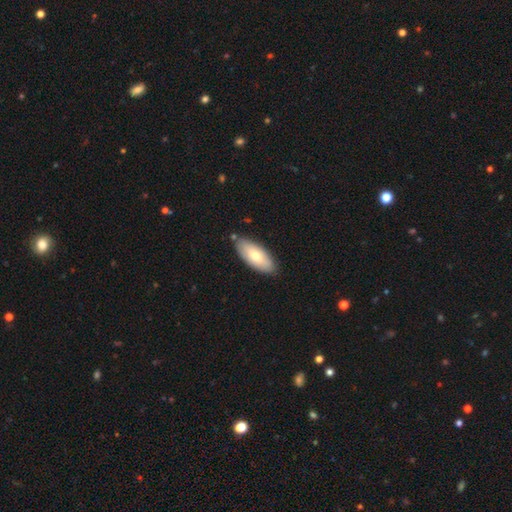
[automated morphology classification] The model was most divided on "smooth or featured": smooth: 67%, featured or disk: 27%, star or artifact: 6%. More confident: how rounded — in between (84%); merging — none (82%).